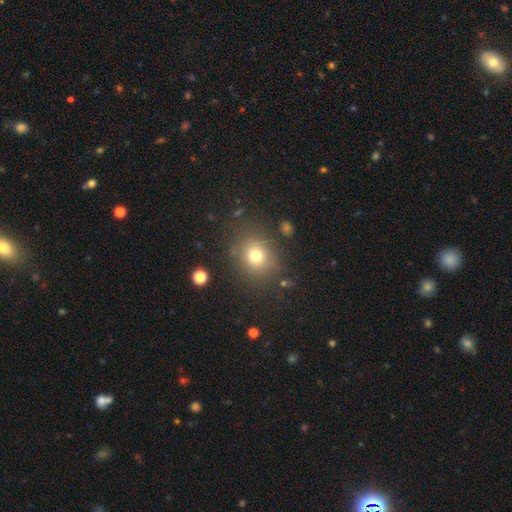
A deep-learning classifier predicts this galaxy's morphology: Smooth or featured? smooth (74%)
How rounded? round (71%)
Merging? none (81%)